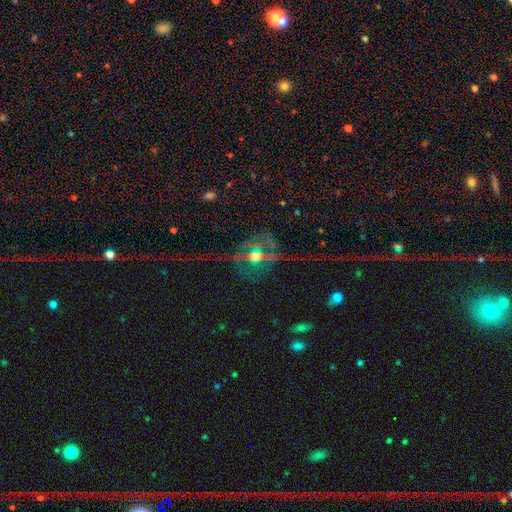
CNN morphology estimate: Q: Smooth or featured?
A: featured or disk (47%); runner-up: star or artifact (33%)
Q: Merging?
A: none (61%); runner-up: major disturbance (20%)